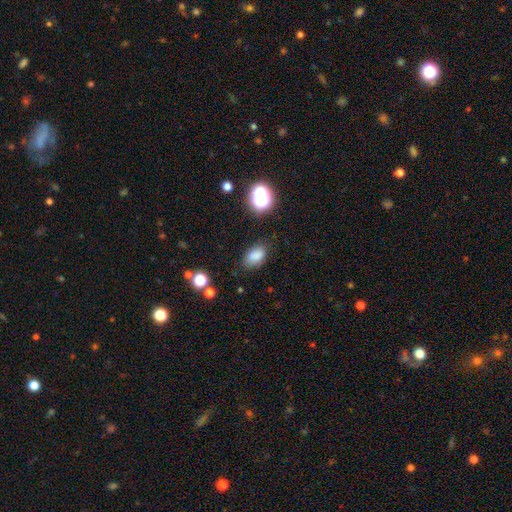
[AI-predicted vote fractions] A smooth galaxy with no disk features (82%) that is in between round and cigar-shaped (88%).

Vote fractions:
- Smooth or featured? smooth: 82% / star or artifact: 12% / featured or disk: 6%
- How rounded? in between: 88% / round: 10% / cigar-shaped: 2%
- Merging? none: 77% / minor disturbance: 16% / major disturbance: 4% / merger: 2%